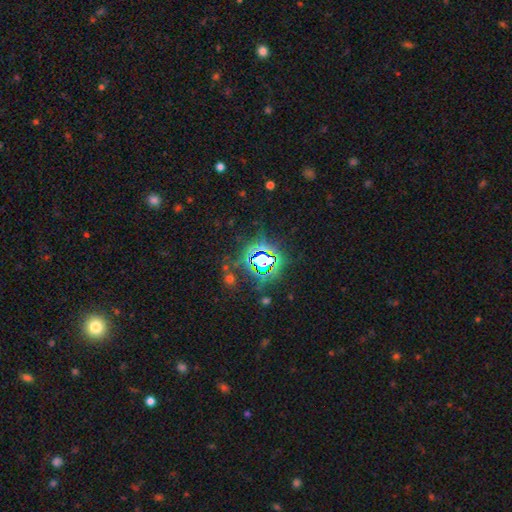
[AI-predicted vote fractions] Smooth or featured: star or artifact — 78% (smooth — 14%)